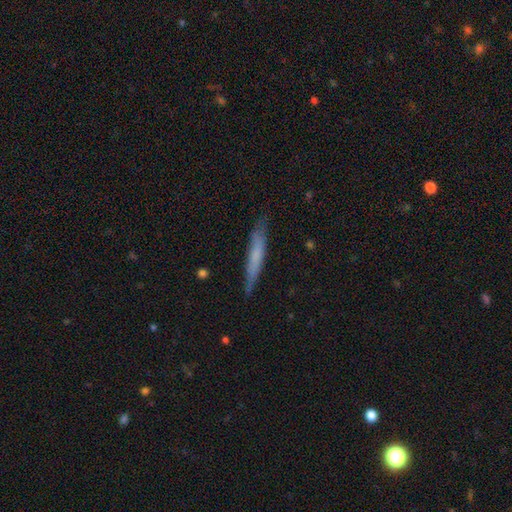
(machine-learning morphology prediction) A smooth galaxy with no disk features (57%) that is cigar-shaped (94%).

Vote fractions:
- Smooth or featured? smooth: 57% / featured or disk: 37% / star or artifact: 7%
- How rounded? cigar-shaped: 94% / in between: 5% / round: 1%
- Merging? none: 81% / minor disturbance: 15% / major disturbance: 3% / merger: 2%